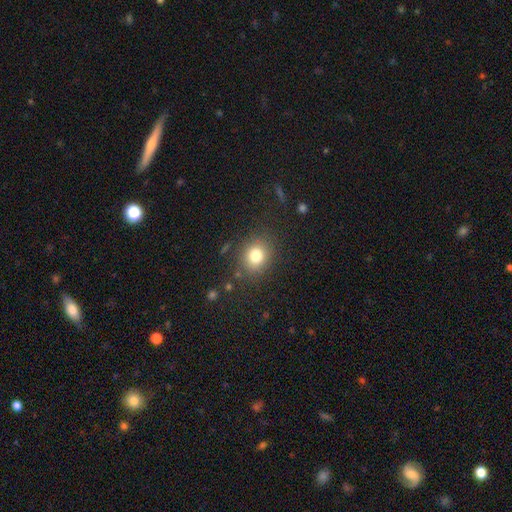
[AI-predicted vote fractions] Smooth or featured: smooth — 79% (star or artifact — 13%)
How rounded: round — 73% (in between — 26%)
Merging: none — 84% (minor disturbance — 10%)